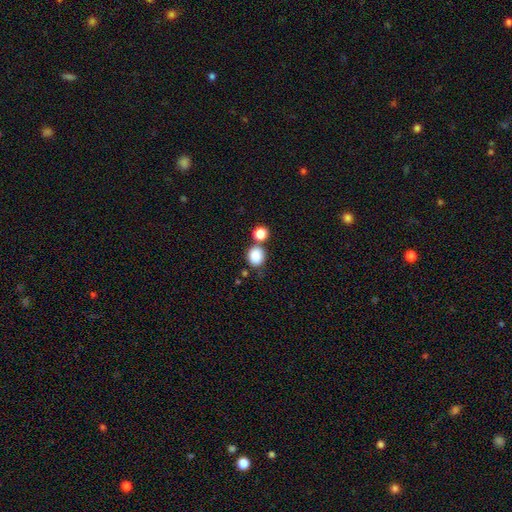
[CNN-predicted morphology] Q: Smooth or featured?
A: smooth (86%); runner-up: star or artifact (10%)
Q: How rounded?
A: round (66%); runner-up: in between (33%)
Q: Merging?
A: none (61%); runner-up: merger (24%)